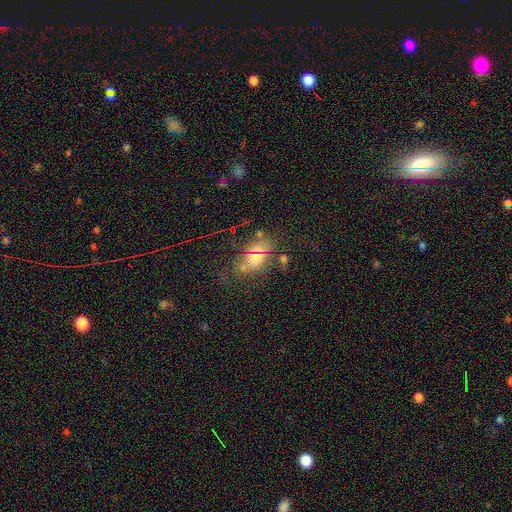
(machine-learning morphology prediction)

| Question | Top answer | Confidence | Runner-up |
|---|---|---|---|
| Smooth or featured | smooth | 56% | star or artifact (27%) |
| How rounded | in between | 77% | round (17%) |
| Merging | none | 62% | minor disturbance (19%) |